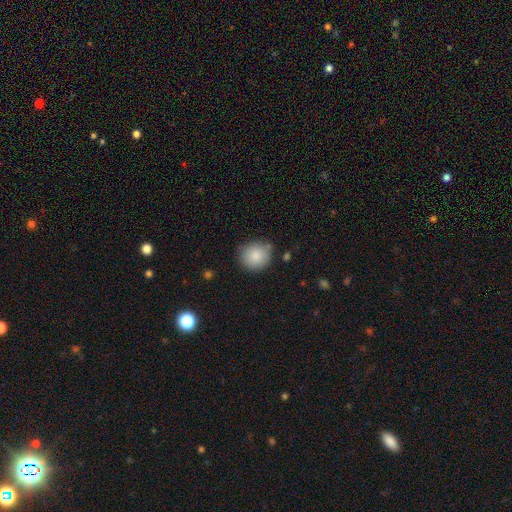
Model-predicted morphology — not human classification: Smooth or featured: smooth — 86% (star or artifact — 8%)
How rounded: round — 87% (in between — 12%)
Merging: none — 79% (minor disturbance — 15%)